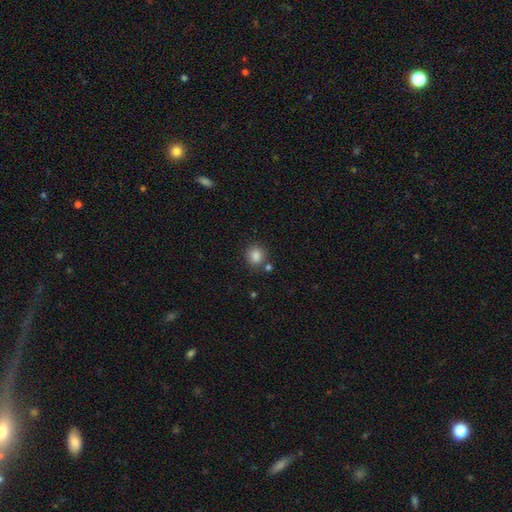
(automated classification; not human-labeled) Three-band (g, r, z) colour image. It shows a smooth galaxy with no disk features (86%) that is round (85%). Merging: none (79%).